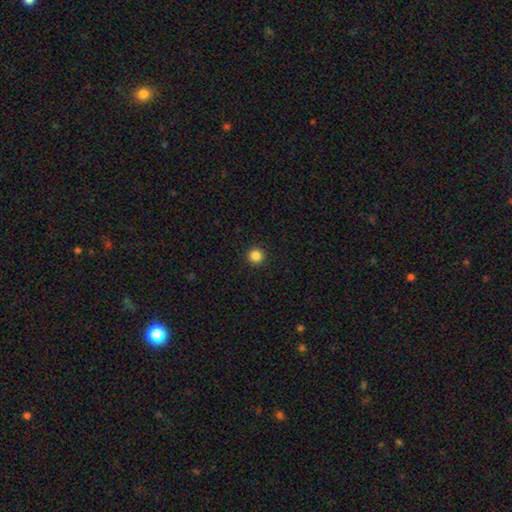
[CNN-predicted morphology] smooth 86%, star or artifact 11%, featured or disk 3%. Down the decision tree: how rounded — round (96%); merging — none (93%).